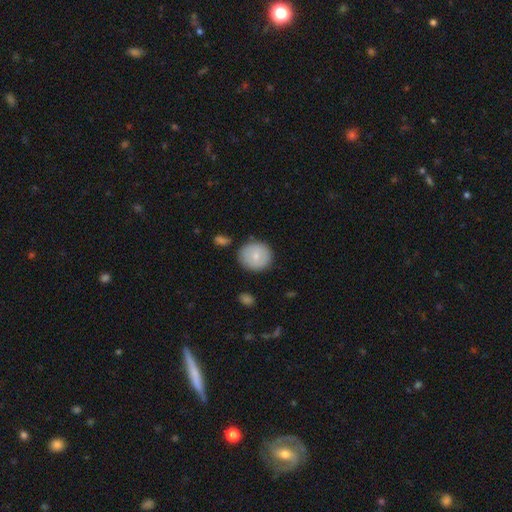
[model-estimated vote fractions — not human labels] Q: Smooth or featured?
A: smooth (75%); runner-up: featured or disk (19%)
Q: How rounded?
A: round (85%); runner-up: in between (14%)
Q: Merging?
A: none (83%); runner-up: minor disturbance (12%)